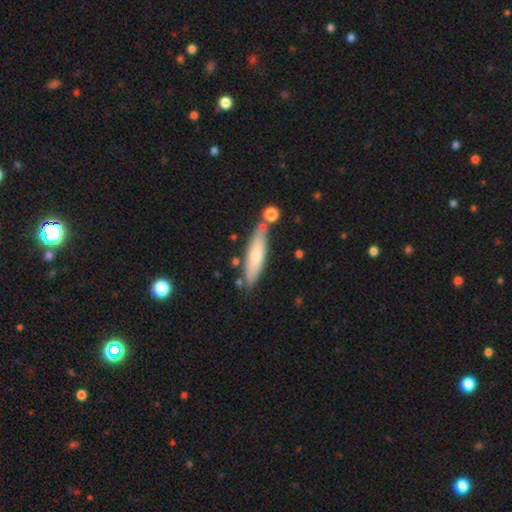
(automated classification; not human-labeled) smooth-or-featured: smooth: 64% | featured or disk: 30% | star or artifact: 6%
  how-rounded: cigar-shaped: 75% | in between: 23% | round: 2%
  merging: none: 77% | minor disturbance: 13% | merger: 7% | major disturbance: 3%